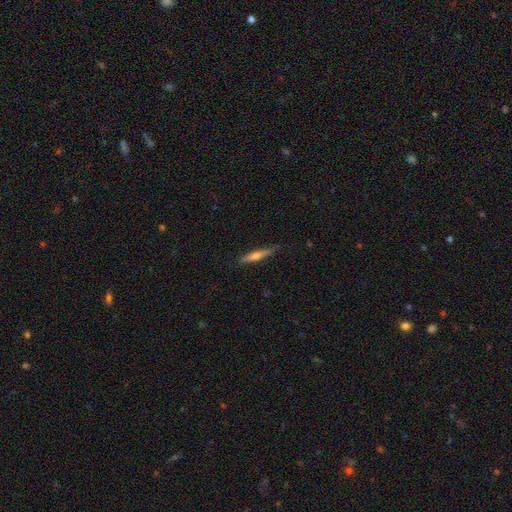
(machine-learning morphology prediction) Smooth or featured?
  - featured or disk: 53% *
  - smooth: 40%
  - star or artifact: 6%
Edge-on disk?
  - yes: 96% *
  - no: 4%
Edge-on bulge?
  - rounded: 74% *
  - none: 19%
  - boxy: 7%
Merging?
  - none: 85% *
  - minor disturbance: 12%
  - major disturbance: 2%
  - merger: 1%